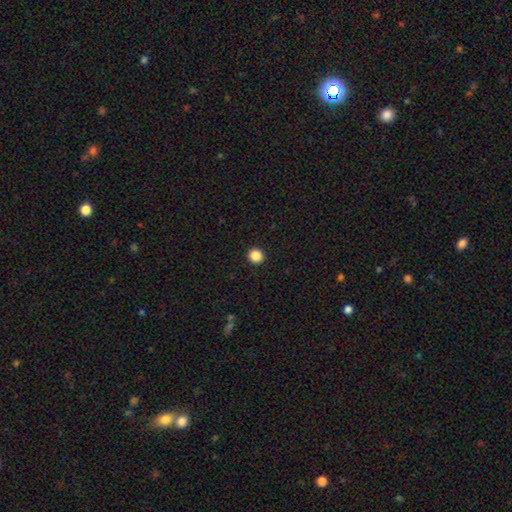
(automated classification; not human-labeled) Smooth or featured: smooth — 87% (star or artifact — 10%)
How rounded: round — 92% (in between — 7%)
Merging: none — 94% (minor disturbance — 4%)